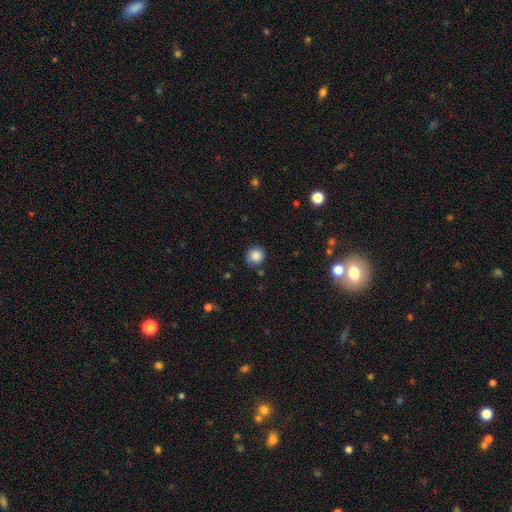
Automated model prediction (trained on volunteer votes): A smooth galaxy with no disk features (86%) that is round (91%). Merging: none (81%).